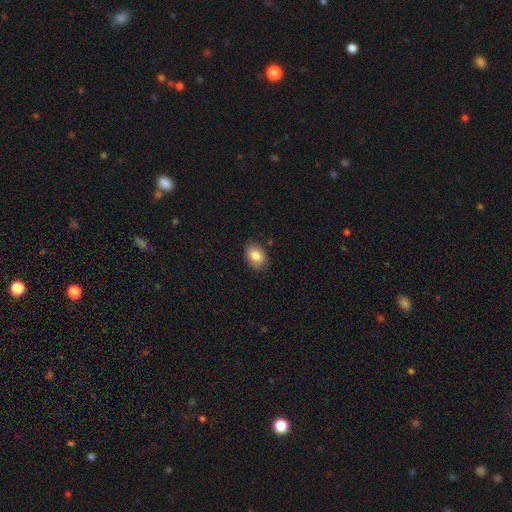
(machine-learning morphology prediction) smooth_or_featured: smooth (p=0.86) [alt: star or artifact p=0.08]
how_rounded: in between (p=0.79) [alt: round p=0.20]
merging: none (p=0.84) [alt: minor disturbance p=0.12]